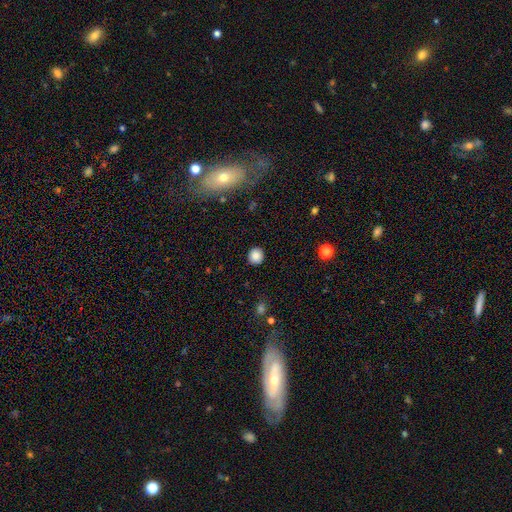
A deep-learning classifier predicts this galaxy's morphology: type=smooth (86%); roundness=round (90%); merging=none (91%).